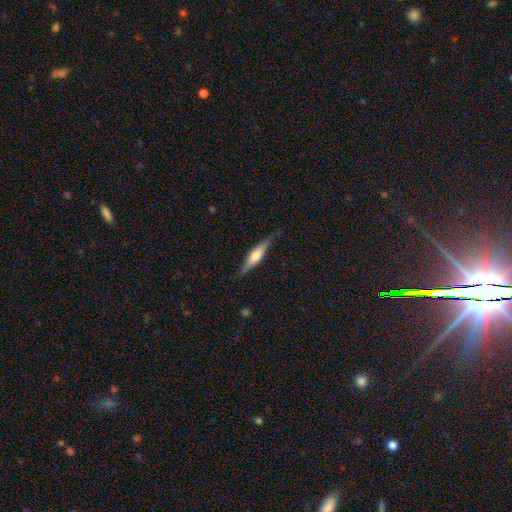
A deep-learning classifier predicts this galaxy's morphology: Overall: featured or disk (55%; smooth 39%). Edge-on disk: yes (92%). Edge-on bulge: rounded (82%). Merging: none (80%).